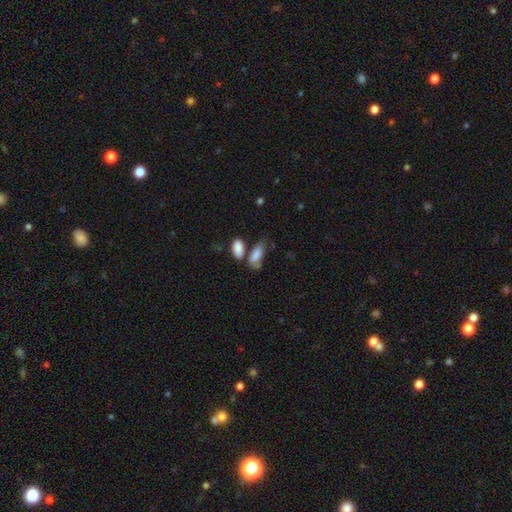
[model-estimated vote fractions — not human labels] A smooth galaxy with no disk features (84%) that is in between round and cigar-shaped (82%). Merging: none (48%).